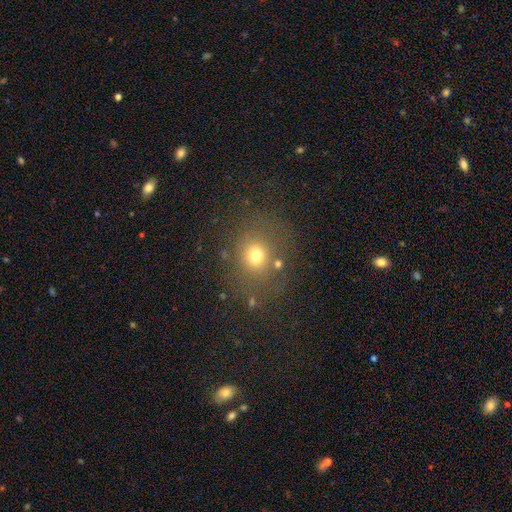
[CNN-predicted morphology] A smooth galaxy with no disk features (70%) that is round (70%).

Vote fractions:
- Smooth or featured? smooth: 70% / star or artifact: 19% / featured or disk: 11%
- How rounded? round: 70% / in between: 29% / cigar-shaped: 1%
- Merging? none: 73% / minor disturbance: 14% / major disturbance: 8% / merger: 5%